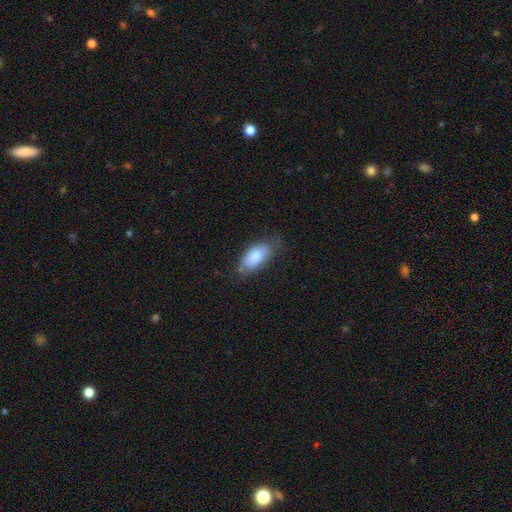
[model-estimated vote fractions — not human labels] Smooth or featured? smooth (79%)
How rounded? in between (90%)
Merging? none (64%)